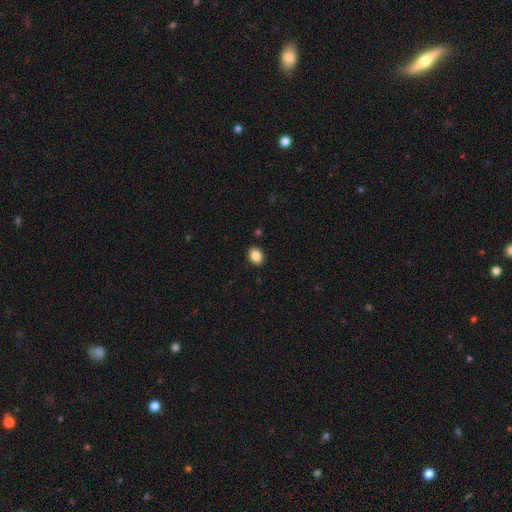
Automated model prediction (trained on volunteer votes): This appears to be a smooth galaxy with no disk features (87%) that is in between round and cigar-shaped (67%). Merging: none (90%).